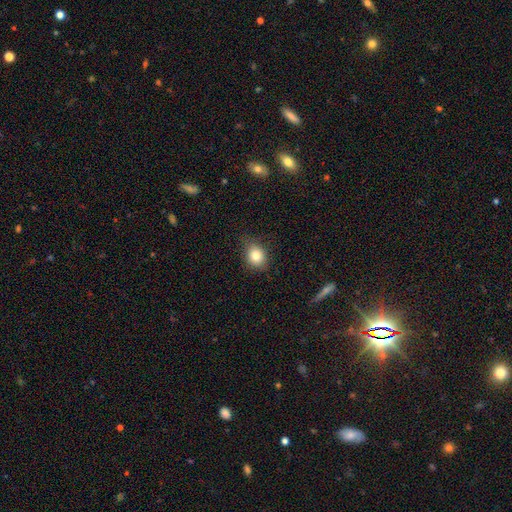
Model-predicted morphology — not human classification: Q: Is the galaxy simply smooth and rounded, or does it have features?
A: smooth — 82%.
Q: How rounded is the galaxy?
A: round — 61%.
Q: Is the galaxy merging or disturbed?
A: none — 78%.